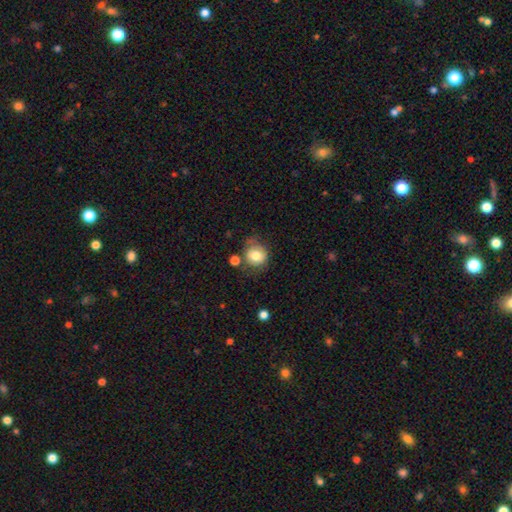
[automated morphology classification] Smooth or featured: smooth — 75% (featured or disk — 15%)
How rounded: round — 79% (in between — 20%)
Merging: none — 59% (minor disturbance — 23%)